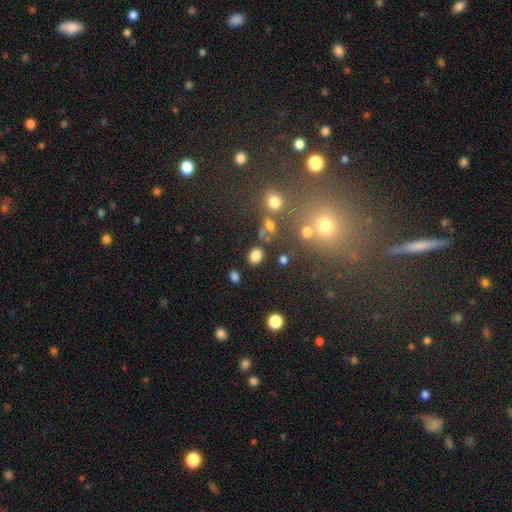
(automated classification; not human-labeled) smooth_or_featured: smooth (p=0.79) [alt: star or artifact p=0.15]
how_rounded: in between (p=0.57) [alt: round p=0.41]
merging: none (p=0.78) [alt: minor disturbance p=0.11]